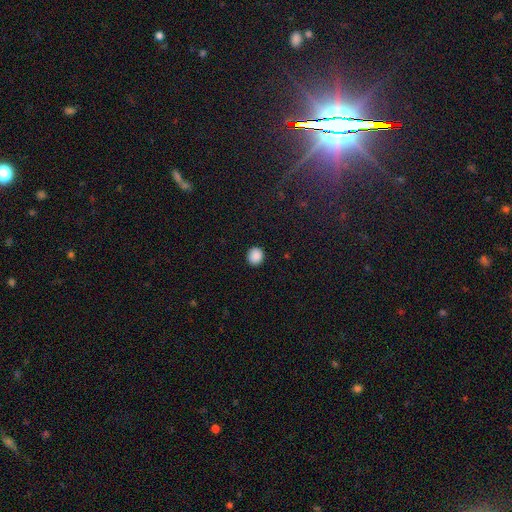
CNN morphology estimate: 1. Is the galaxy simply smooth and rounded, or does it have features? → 89% smooth, 9% star or artifact, 2% featured or disk.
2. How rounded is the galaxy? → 86% round, 13% in between, 1% cigar-shaped.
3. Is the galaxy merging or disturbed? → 91% none, 6% minor disturbance, 2% major disturbance, 1% merger.